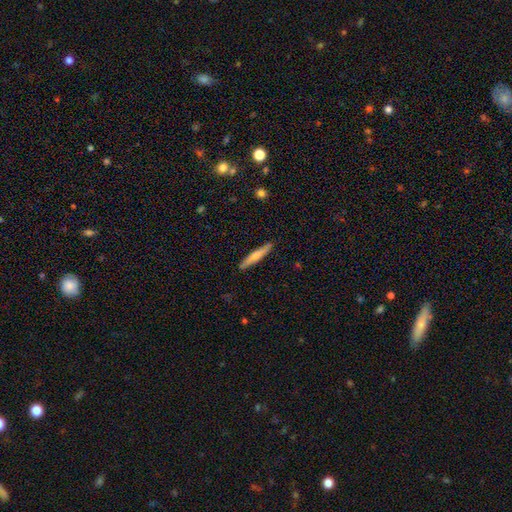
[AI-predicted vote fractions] This is possibly a smooth galaxy (59%). How rounded: clearly cigar-shaped (92%). Merging: clearly none (89%).